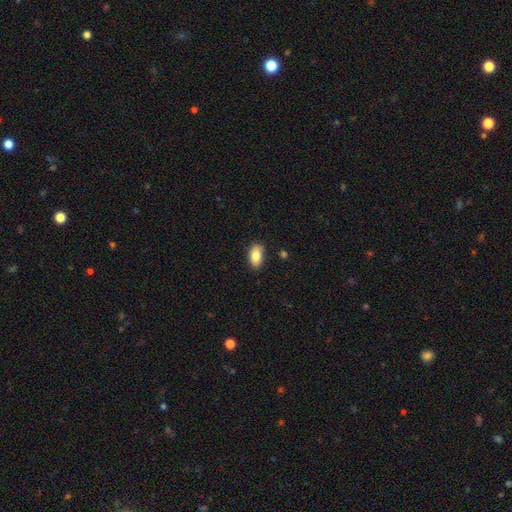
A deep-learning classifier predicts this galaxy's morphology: Smooth or featured? smooth (83%)
How rounded? in between (91%)
Merging? none (84%)